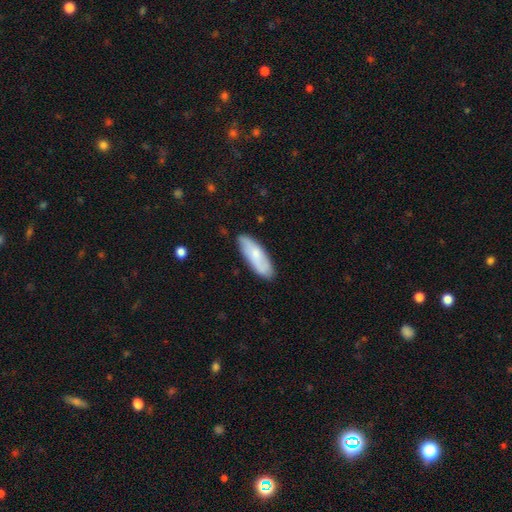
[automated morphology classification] Q: Smooth or featured?
A: smooth (67%); runner-up: featured or disk (27%)
Q: How rounded?
A: in between (59%); runner-up: cigar-shaped (39%)
Q: Merging?
A: none (84%); runner-up: minor disturbance (13%)